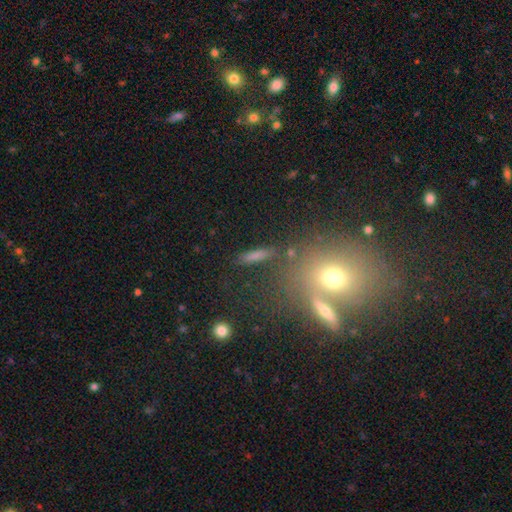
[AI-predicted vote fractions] This is likely a smooth galaxy (62%). How rounded: likely cigar-shaped (62%). Merging: likely none (73%).